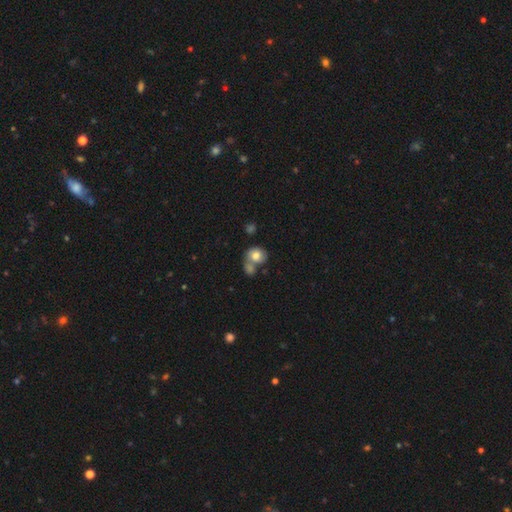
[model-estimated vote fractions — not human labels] This is likely a smooth galaxy (77%). How rounded: likely round (72%). Merging: possibly merger (48%).